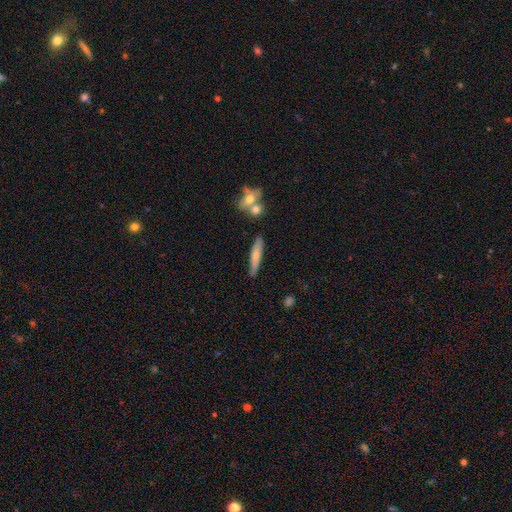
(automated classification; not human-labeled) smooth-or-featured: smooth: 67% | featured or disk: 26% | star or artifact: 6%
  how-rounded: cigar-shaped: 86% | in between: 13% | round: 2%
  merging: none: 78% | minor disturbance: 14% | merger: 6% | major disturbance: 3%